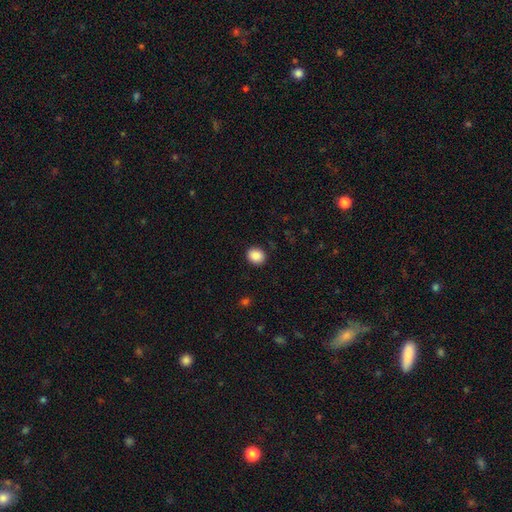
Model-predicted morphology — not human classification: This appears to be a smooth galaxy with no disk features (89%) that is round (66%). Merging: none (90%).